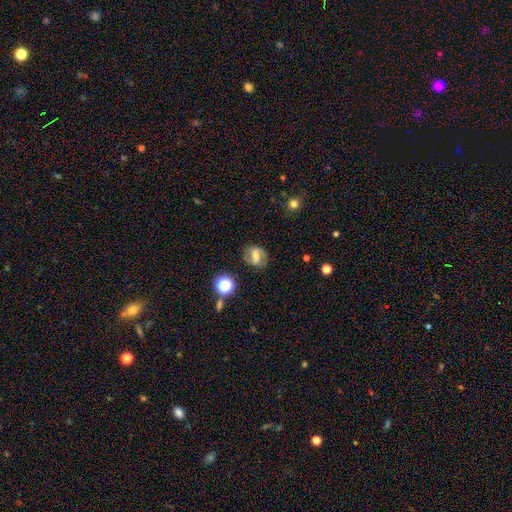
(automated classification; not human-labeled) The model was most divided on "bar": strong: 46%, weak: 38%, no: 17%. Remaining: edge-on disk — no (96%); spiral arms — yes (80%); merging — none (79%); smooth or featured — featured or disk (59%); bulge size — moderate (49%).